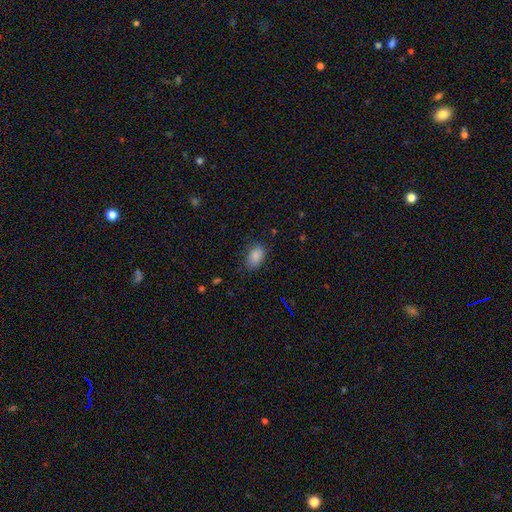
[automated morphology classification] A smooth galaxy with no disk features (86%) that is in between round and cigar-shaped (88%). Merging: none (73%).